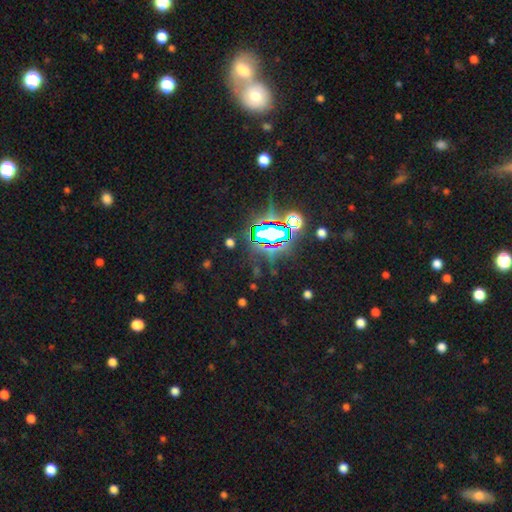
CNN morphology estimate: smooth-or-featured: star or artifact: 79% | smooth: 13% | featured or disk: 9%